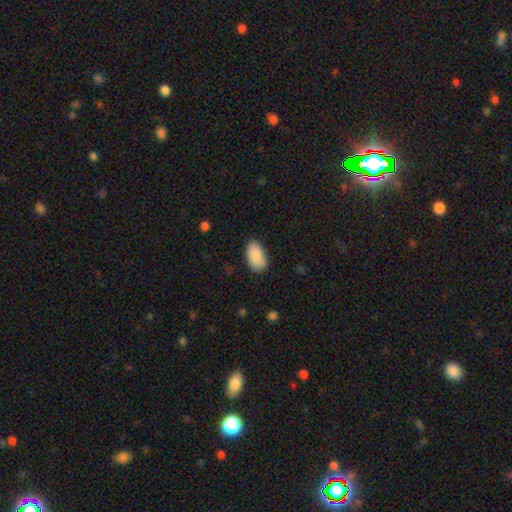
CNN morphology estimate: smooth 89%, star or artifact 6%, featured or disk 5%. Down the decision tree: how rounded — in between (94%); merging — none (79%).